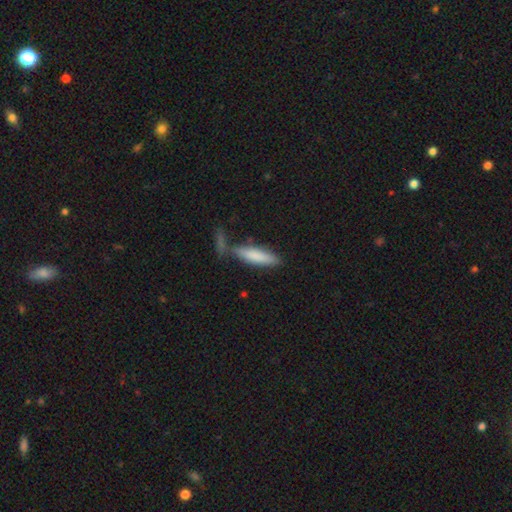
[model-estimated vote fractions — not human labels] A smooth galaxy with no disk features (79%) that is cigar-shaped (72%). Merging: none (57%).